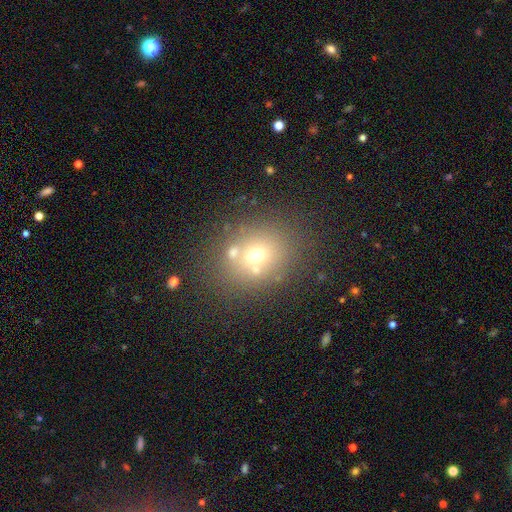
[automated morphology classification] Q: Smooth or featured?
A: smooth (60%); runner-up: featured or disk (20%)
Q: How rounded?
A: round (65%); runner-up: in between (34%)
Q: Merging?
A: none (63%); runner-up: merger (20%)